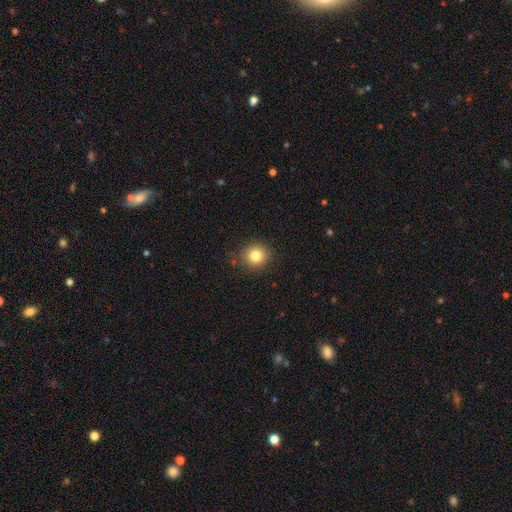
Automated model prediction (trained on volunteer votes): smooth-or-featured: smooth: 82% | star or artifact: 11% | featured or disk: 7%
  how-rounded: round: 84% | in between: 15% | cigar-shaped: 1%
  merging: none: 86% | minor disturbance: 10% | major disturbance: 3% | merger: 1%